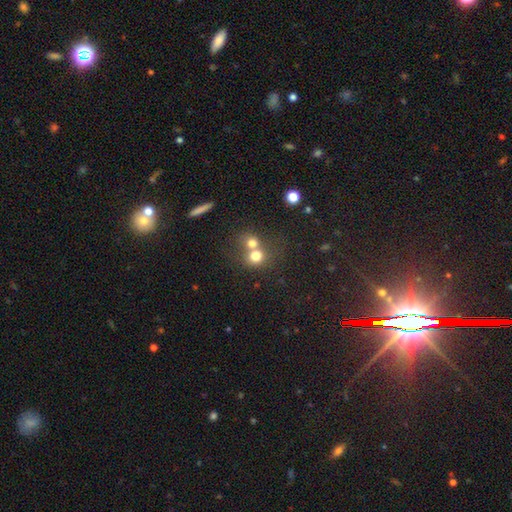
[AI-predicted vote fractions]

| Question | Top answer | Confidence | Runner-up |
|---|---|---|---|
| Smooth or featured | smooth | 73% | star or artifact (14%) |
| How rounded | round | 78% | in between (21%) |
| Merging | merger | 56% | none (35%) |